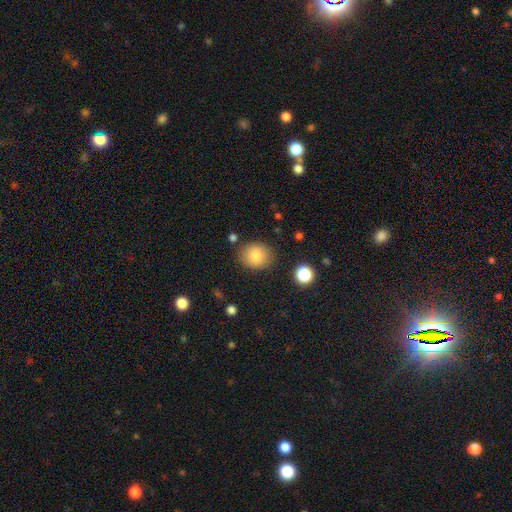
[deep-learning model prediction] The model was most divided on "how rounded": round: 67%, in between: 32%, cigar-shaped: 1%. More confident: merging — none (83%); smooth or featured — smooth (81%).